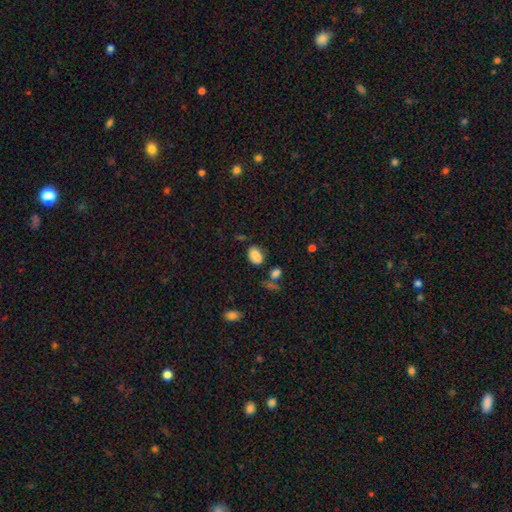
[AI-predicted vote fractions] A smooth galaxy with no disk features (82%) that is in between round and cigar-shaped (82%). Merging: none (62%).